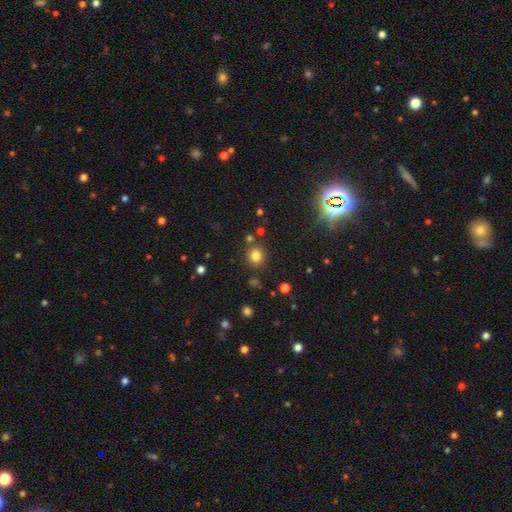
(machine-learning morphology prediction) This appears to be a smooth galaxy with no disk features (79%) that is round (89%). Merging: none (84%).